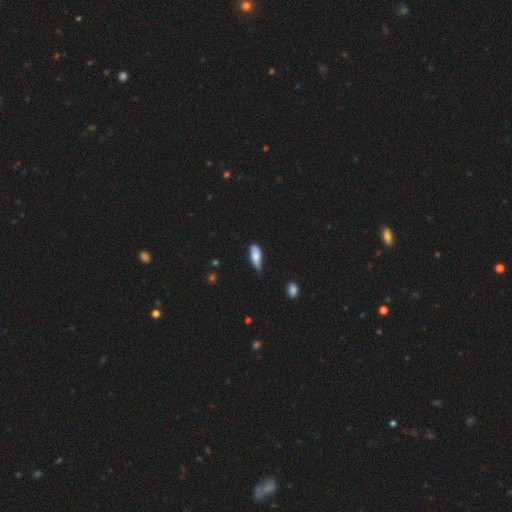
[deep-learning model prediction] Overall: smooth (74%). How rounded: in between (74%). Merging: minor disturbance (45%; none 43%).